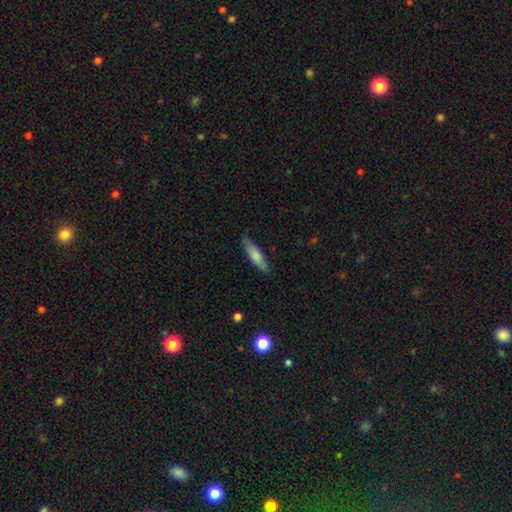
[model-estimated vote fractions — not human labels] smooth_or_featured: smooth (p=0.66) [alt: featured or disk p=0.28]
how_rounded: cigar-shaped (p=0.72) [alt: in between p=0.27]
merging: none (p=0.81) [alt: minor disturbance p=0.15]